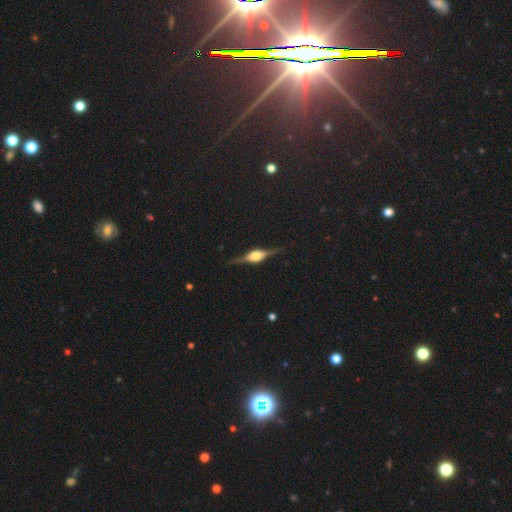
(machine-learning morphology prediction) Smooth or featured? Predicted: featured or disk (p=0.85). Edge-on disk? Predicted: yes (p=0.98). Edge-on bulge? Predicted: rounded (p=0.90). Merging? Predicted: none (p=0.89).